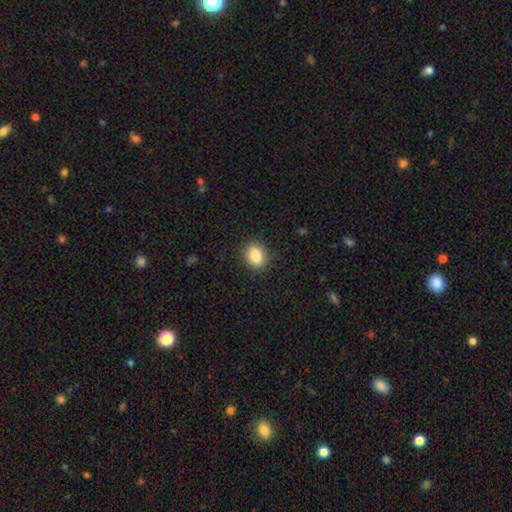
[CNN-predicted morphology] smooth 86%, star or artifact 9%, featured or disk 5%. Down the decision tree: how rounded — in between (55%); merging — none (87%).